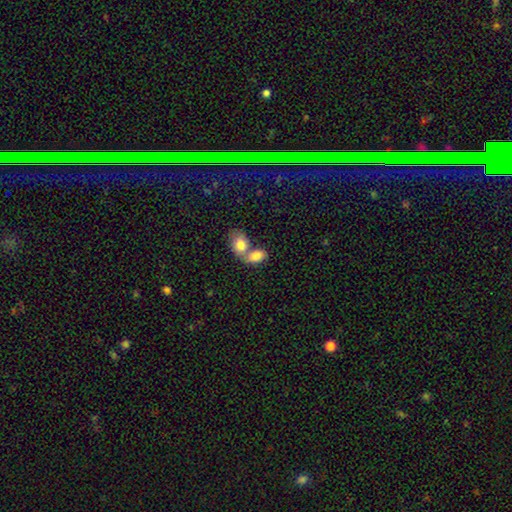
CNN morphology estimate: smooth 82%, featured or disk 11%, star or artifact 7%. Down the decision tree: how rounded — in between (87%); merging — merger (69%).